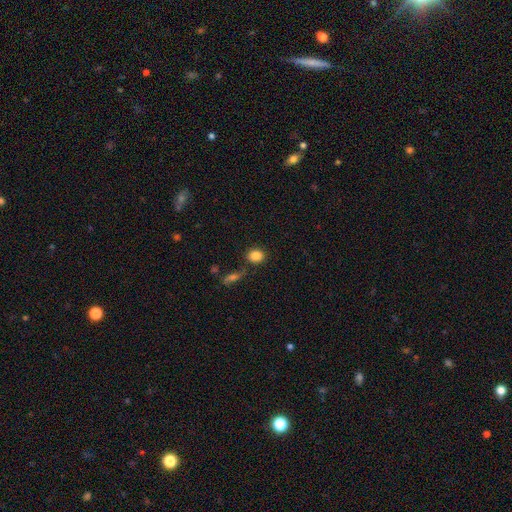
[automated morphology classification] Smooth or featured?
  - smooth: 86% *
  - star or artifact: 9%
  - featured or disk: 5%
How rounded?
  - round: 58% *
  - in between: 40%
  - cigar-shaped: 2%
Merging?
  - none: 76% *
  - minor disturbance: 12%
  - merger: 8%
  - major disturbance: 4%